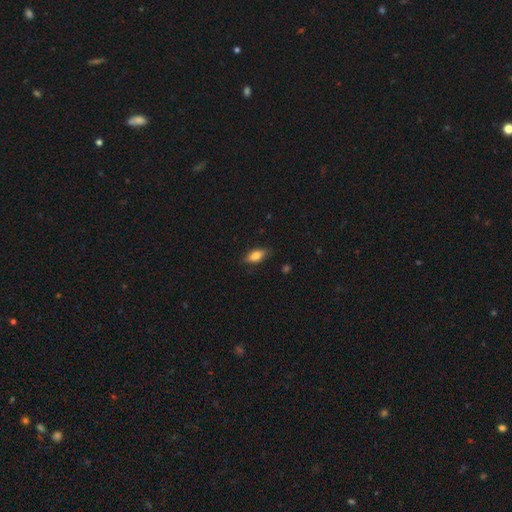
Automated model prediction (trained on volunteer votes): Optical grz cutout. It shows a smooth galaxy with no disk features (75%) that is in between round and cigar-shaped (80%). Merging: none (82%).